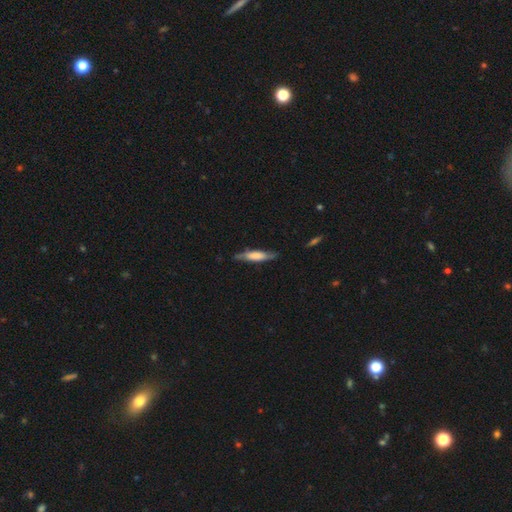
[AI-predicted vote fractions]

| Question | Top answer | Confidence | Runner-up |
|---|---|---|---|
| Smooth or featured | smooth | 51% | featured or disk (43%) |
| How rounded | cigar-shaped | 78% | in between (21%) |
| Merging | none | 76% | minor disturbance (19%) |